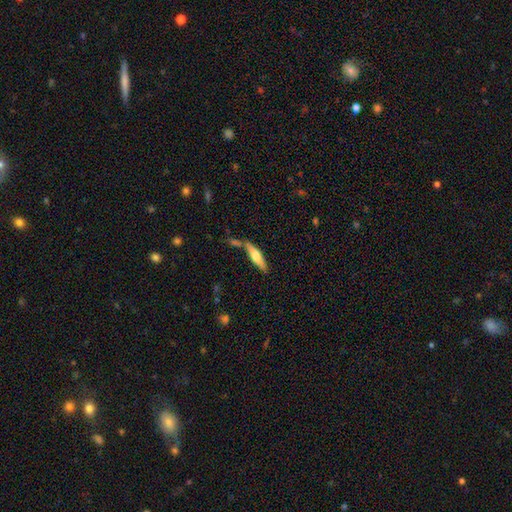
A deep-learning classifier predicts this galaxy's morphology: smooth 55%, featured or disk 39%, star or artifact 6%. Down the decision tree: how rounded — cigar-shaped (71%); merging — none (62%).